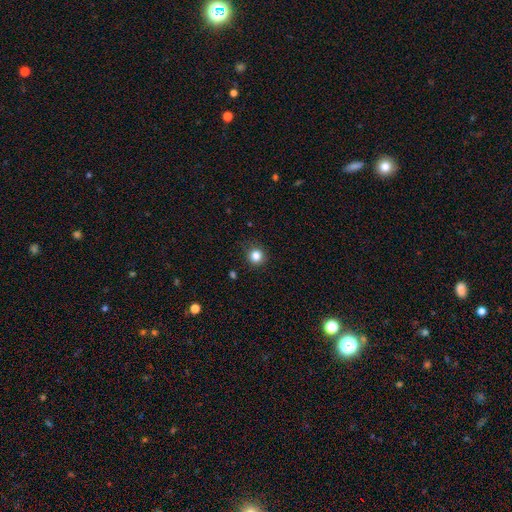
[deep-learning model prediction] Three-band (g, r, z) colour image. It shows a smooth galaxy with no disk features (83%) that is round (94%). Merging: none (89%).